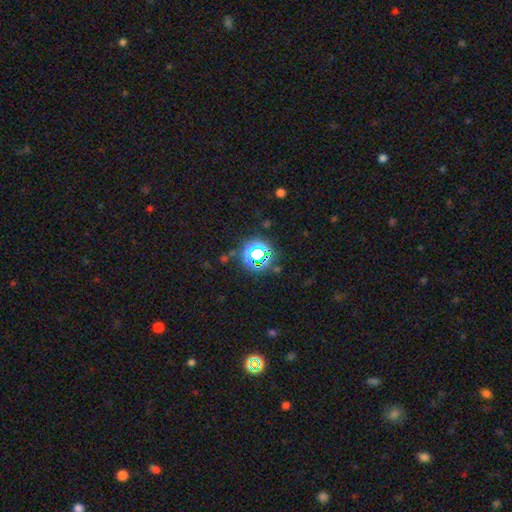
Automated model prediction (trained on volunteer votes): Overall: star or artifact (67%).